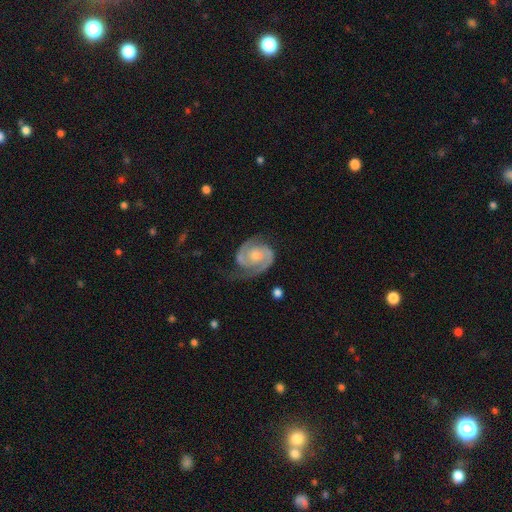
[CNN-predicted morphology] A featured or disk galaxy (90%) with no bar (66%), 2 (91%) tight (50%) spiral arms (98%) and a moderate central bulge (45%).

Vote fractions:
- Smooth or featured? featured or disk: 90% / smooth: 5% / star or artifact: 4%
- Edge-on disk? no: 98% / yes: 2%
- Bar? no: 66% / weak: 28% / strong: 7%
- Spiral arms? yes: 98% / no: 2%
- Spiral winding? tight: 50% / medium: 42% / loose: 8%
- Spiral arm count? 2: 91% / can't tell: 3% / 1: 2% / 3: 2% / 4: 1% / more than 4: 1%
- Bulge size? moderate: 45% / small: 43% / none: 7% / large: 4% / dominant: 1%
- Merging? none: 66% / minor disturbance: 21% / major disturbance: 11% / merger: 2%